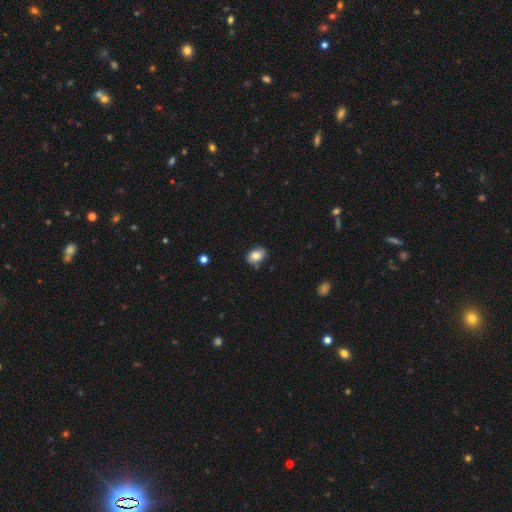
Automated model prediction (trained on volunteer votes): smooth_or_featured: smooth (p=0.79) [alt: featured or disk p=0.13]
how_rounded: in between (p=0.79) [alt: round p=0.19]
merging: none (p=0.78) [alt: minor disturbance p=0.16]